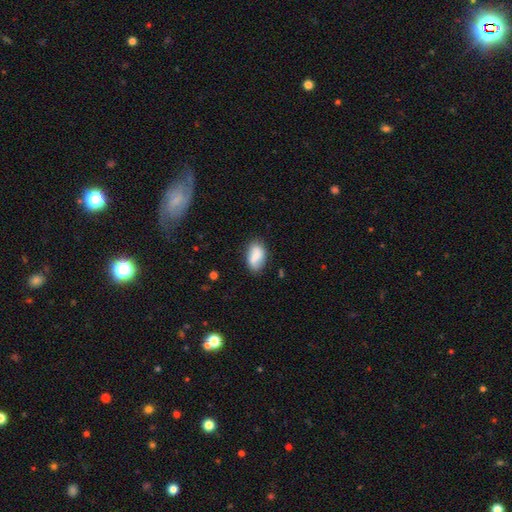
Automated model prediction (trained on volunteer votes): Smooth or featured? Predicted: smooth (p=0.73). How rounded? Predicted: in between (p=0.90). Merging? Predicted: none (p=0.71).